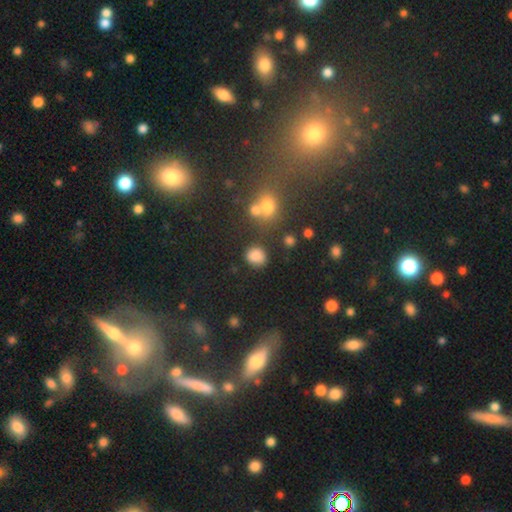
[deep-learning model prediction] Overall: smooth (80%). How rounded: round (65%; in between 34%). Merging: none (70%).